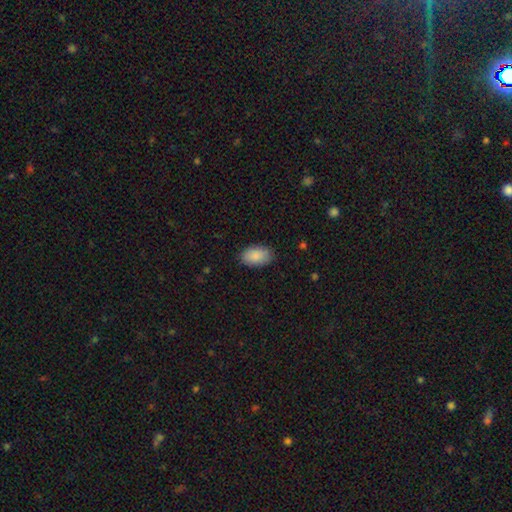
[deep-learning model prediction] smooth_or_featured: smooth (p=0.89) [alt: star or artifact p=0.06]
how_rounded: in between (p=0.92) [alt: round p=0.06]
merging: none (p=0.85) [alt: minor disturbance p=0.12]